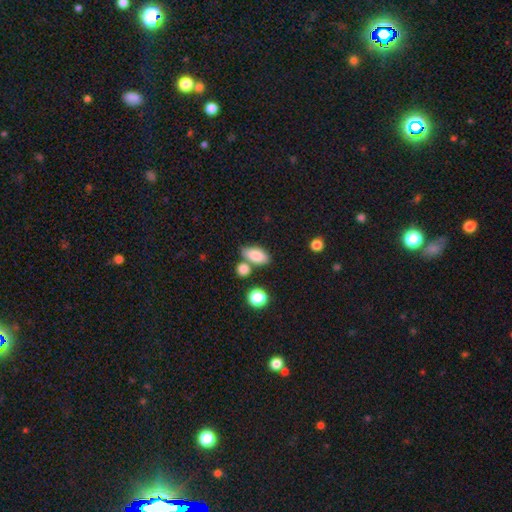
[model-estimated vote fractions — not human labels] Smooth or featured? smooth (83%)
How rounded? in between (87%)
Merging? none (63%)